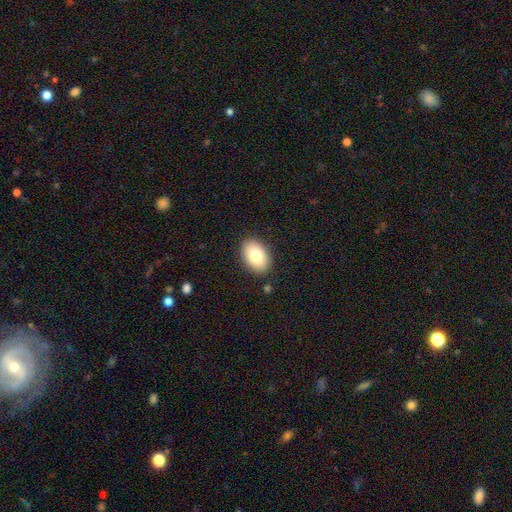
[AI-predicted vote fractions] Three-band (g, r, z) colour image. It shows a smooth galaxy with no disk features (78%) that is in between round and cigar-shaped (86%). Merging: none (88%).